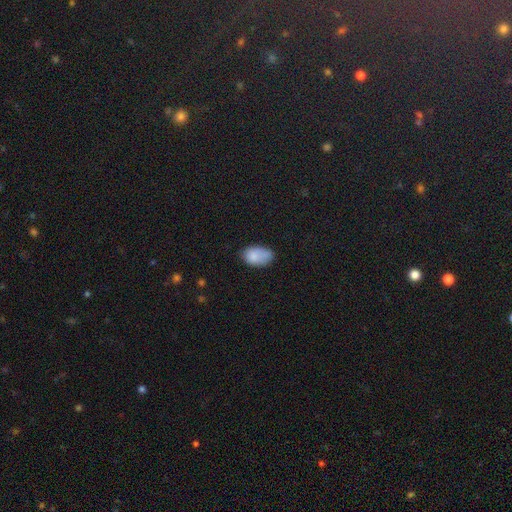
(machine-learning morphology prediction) A smooth galaxy with no disk features (82%) that is in between round and cigar-shaped (91%). Merging: none (54%).